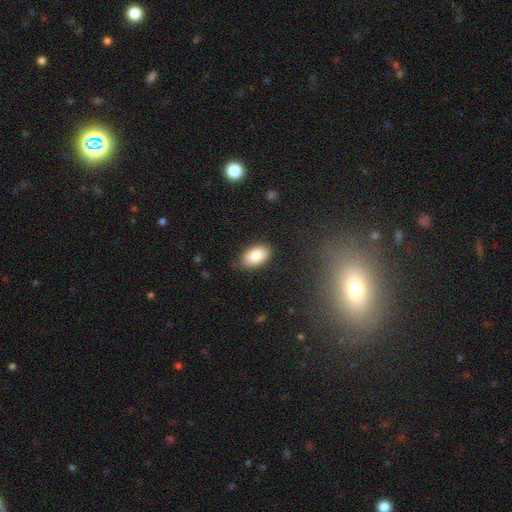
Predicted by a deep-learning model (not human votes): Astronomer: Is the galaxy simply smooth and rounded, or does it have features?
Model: smooth — 86%.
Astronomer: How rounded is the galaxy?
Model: in between — 93%.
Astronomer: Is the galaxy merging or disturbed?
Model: none — 82%.